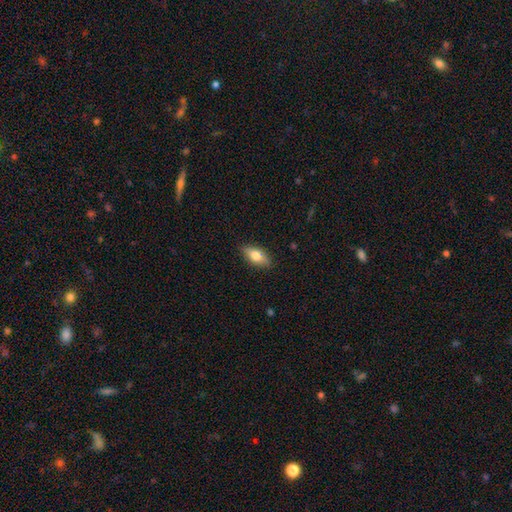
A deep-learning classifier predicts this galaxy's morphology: Smooth or featured? Predicted: smooth (p=0.68). How rounded? Predicted: in between (p=0.79). Merging? Predicted: none (p=0.86).